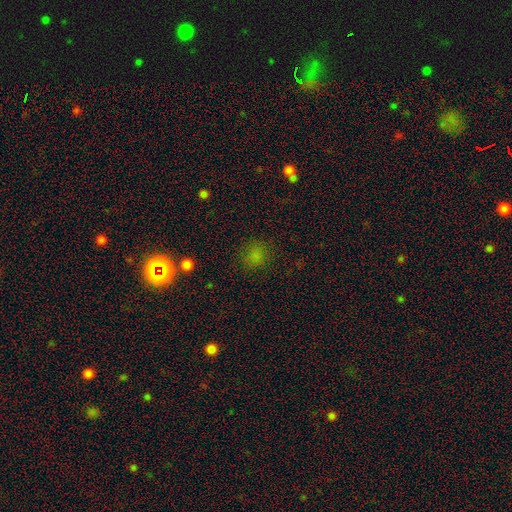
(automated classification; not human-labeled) smooth-or-featured: smooth: 74% | star or artifact: 20% | featured or disk: 5%
  how-rounded: round: 84% | in between: 14% | cigar-shaped: 1%
  merging: none: 82% | minor disturbance: 12% | major disturbance: 5% | merger: 2%